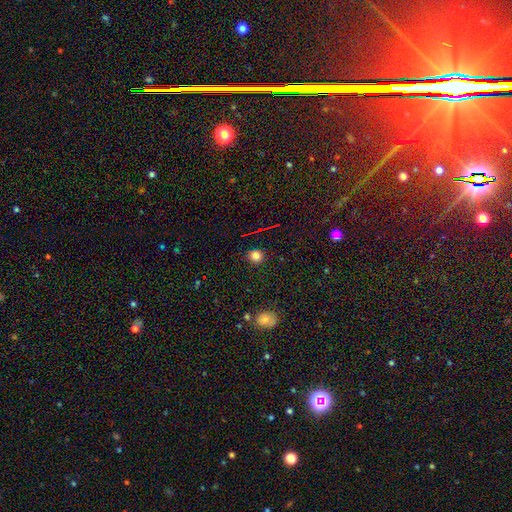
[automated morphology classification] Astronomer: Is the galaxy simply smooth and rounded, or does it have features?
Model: smooth — 81%.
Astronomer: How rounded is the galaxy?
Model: round — 87%.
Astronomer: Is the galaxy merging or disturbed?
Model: none — 90%.